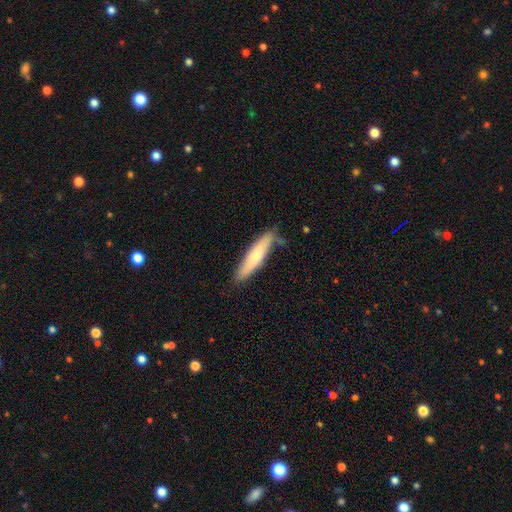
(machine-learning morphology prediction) This is likely a smooth galaxy (70%). How rounded: clearly cigar-shaped (84%). Merging: likely none (75%).